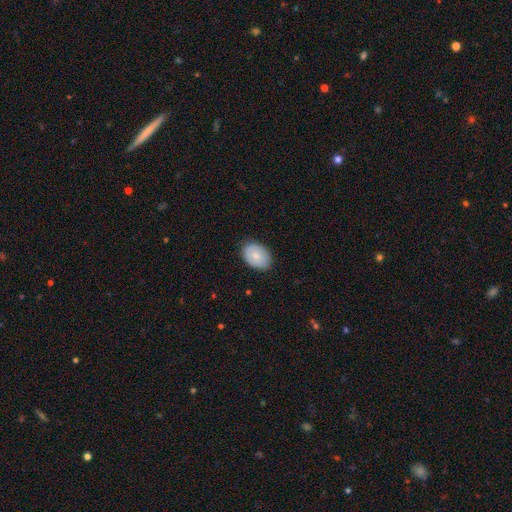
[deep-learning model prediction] Smooth or featured?
  - smooth: 74% *
  - featured or disk: 20%
  - star or artifact: 6%
How rounded?
  - in between: 79% *
  - round: 20%
  - cigar-shaped: 1%
Merging?
  - none: 83% *
  - minor disturbance: 14%
  - major disturbance: 2%
  - merger: 1%